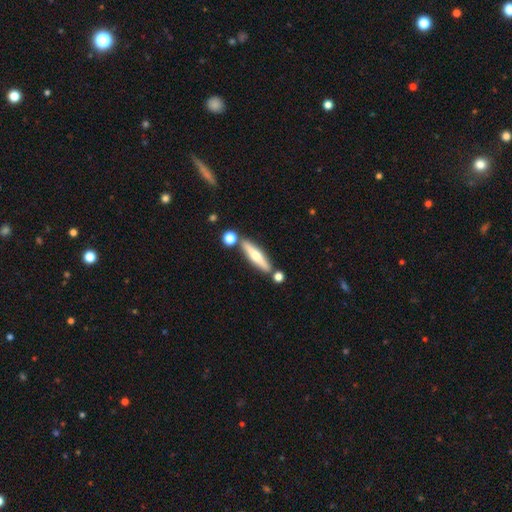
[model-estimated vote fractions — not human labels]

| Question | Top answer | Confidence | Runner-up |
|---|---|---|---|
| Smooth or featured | featured or disk | 52% | smooth (43%) |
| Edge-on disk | yes | 92% | no (8%) |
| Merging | none | 77% | merger (10%) |